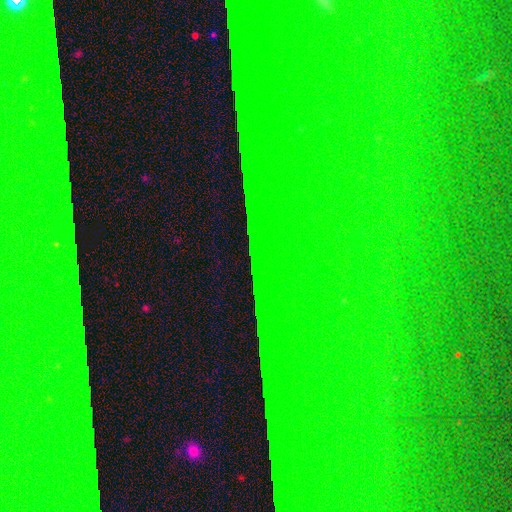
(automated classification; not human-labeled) A star or artifact, not a galaxy (87%).

Vote fractions:
- Smooth or featured? star or artifact: 87% / featured or disk: 7% / smooth: 6%